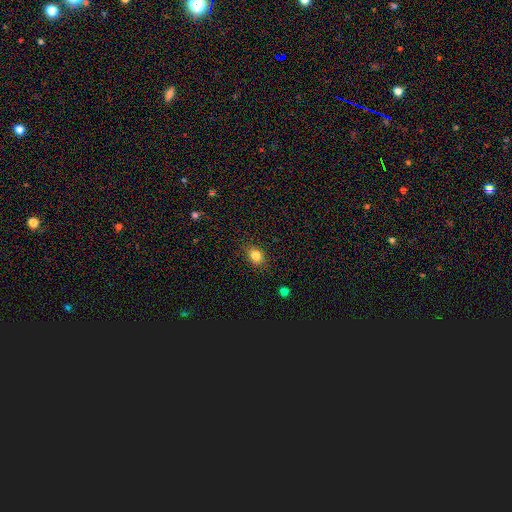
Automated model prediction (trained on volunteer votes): Smooth or featured?
  - smooth: 83% *
  - star or artifact: 11%
  - featured or disk: 6%
How rounded?
  - in between: 60% *
  - round: 39%
  - cigar-shaped: 1%
Merging?
  - none: 85% *
  - minor disturbance: 11%
  - major disturbance: 3%
  - merger: 1%